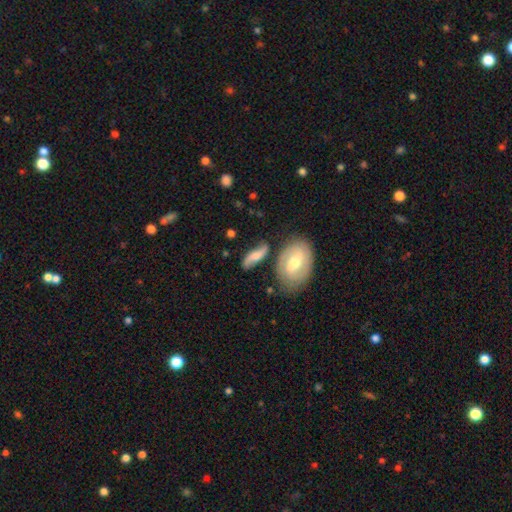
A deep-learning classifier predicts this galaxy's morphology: Smooth or featured?
  - featured or disk: 51% *
  - smooth: 41%
  - star or artifact: 7%
Edge-on disk?
  - no: 85% *
  - yes: 15%
Merging?
  - none: 62% *
  - minor disturbance: 21%
  - merger: 9%
  - major disturbance: 8%